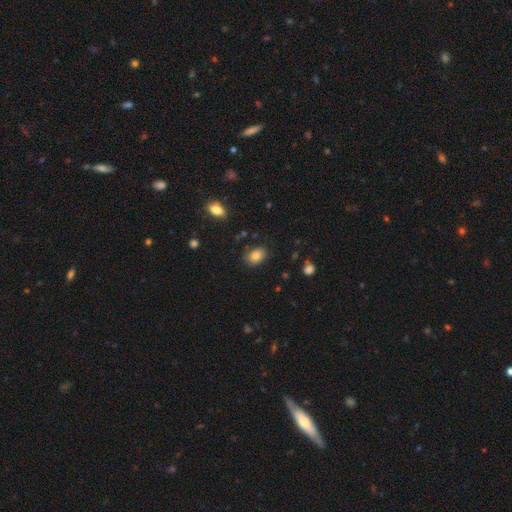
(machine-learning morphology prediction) Smooth or featured? smooth (83%)
How rounded? in between (76%)
Merging? none (80%)